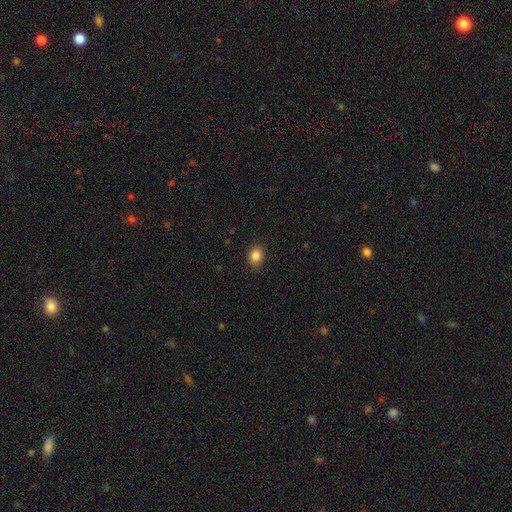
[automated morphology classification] This is clearly a smooth galaxy (85%). How rounded: possibly in between (58%). Merging: clearly none (84%).